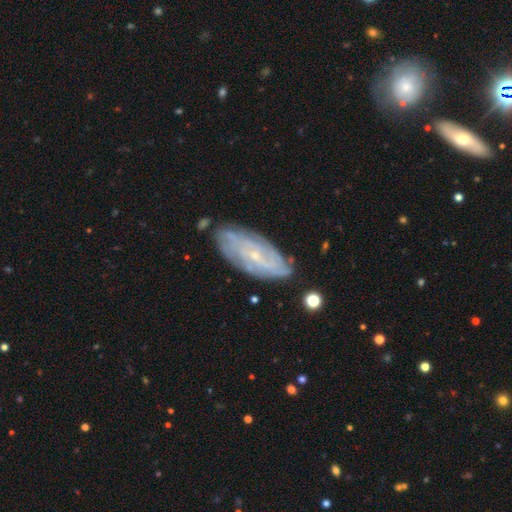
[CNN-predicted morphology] smooth-or-featured: featured or disk: 76% | smooth: 17% | star or artifact: 7%
  disk-edge-on: no: 89% | yes: 11%
    bar: no: 64% | weak: 28% | strong: 8%
    has-spiral-arms: yes: 88% | no: 12%
      spiral-winding: tight: 68% | medium: 23% | loose: 8%
      spiral-arm-count: can't tell: 51% | 4: 15% | 2: 11% | 3: 10% | more than 4: 8% | 1: 5%
    bulge-size: small: 84% | moderate: 12% | none: 2% | large: 1% | dominant: 1%
  merging: none: 78% | minor disturbance: 16% | major disturbance: 4% | merger: 2%